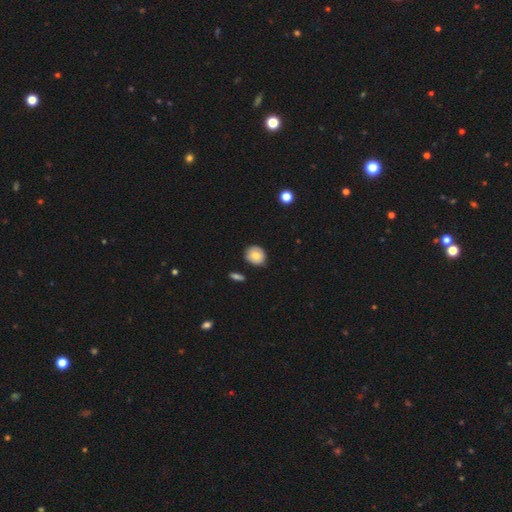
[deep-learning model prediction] smooth-or-featured: smooth: 74% | featured or disk: 18% | star or artifact: 8%
  how-rounded: round: 84% | in between: 15% | cigar-shaped: 1%
  merging: none: 81% | minor disturbance: 14% | merger: 3% | major disturbance: 2%